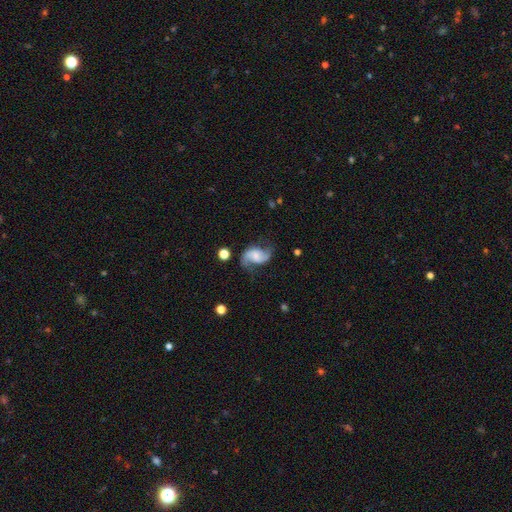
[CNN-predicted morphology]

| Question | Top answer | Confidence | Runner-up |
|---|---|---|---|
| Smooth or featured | featured or disk | 78% | smooth (14%) |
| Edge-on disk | no | 97% | yes (3%) |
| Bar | no | 45% | weak (41%) |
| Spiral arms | yes | 95% | no (5%) |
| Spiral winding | loose | 57% | medium (34%) |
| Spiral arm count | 2 | 91% | can't tell (3%) |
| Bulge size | small | 32% | none (31%) |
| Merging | none | 64% | minor disturbance (20%) |